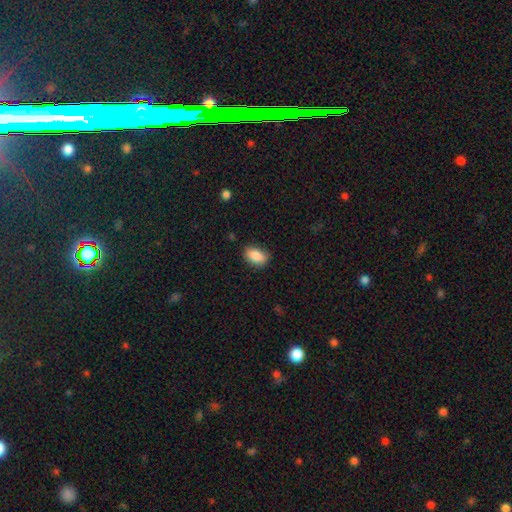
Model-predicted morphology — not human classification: The model was most divided on "merging": none: 81%, minor disturbance: 15%, major disturbance: 3%, merger: 1%. More confident: how rounded — in between (89%); smooth or featured — smooth (87%).